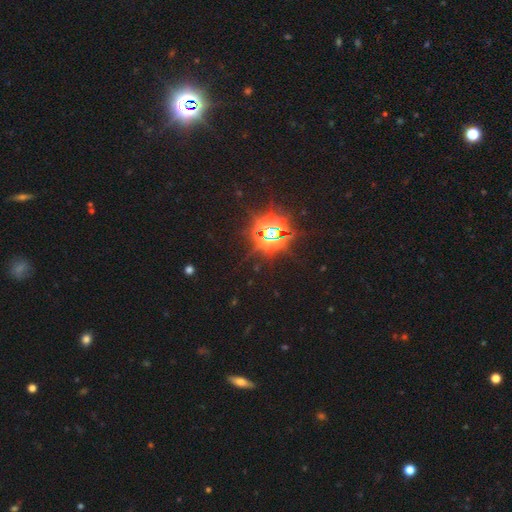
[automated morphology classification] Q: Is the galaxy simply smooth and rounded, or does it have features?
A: star or artifact — 80%.